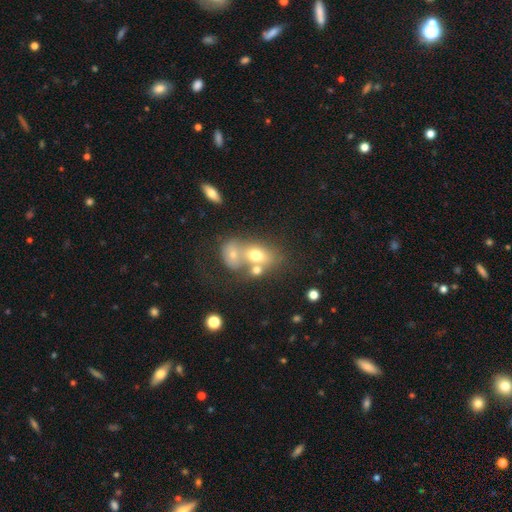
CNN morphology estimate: smooth 64%, featured or disk 24%, star or artifact 12%. Down the decision tree: how rounded — in between (71%); merging — merger (56%).